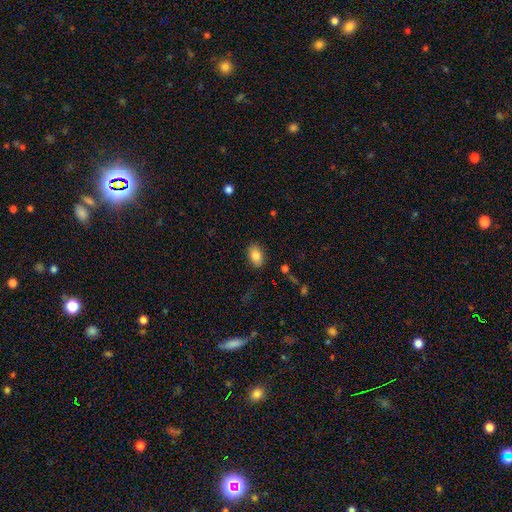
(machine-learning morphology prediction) Overall: smooth (84%). How rounded: in between (87%). Merging: none (87%).